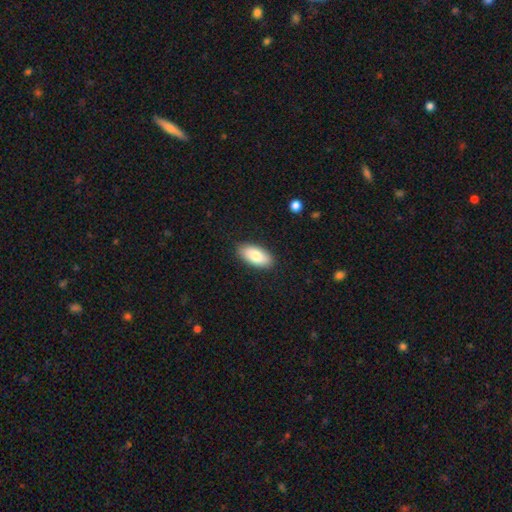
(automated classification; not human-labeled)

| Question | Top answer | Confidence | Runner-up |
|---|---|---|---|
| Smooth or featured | smooth | 82% | featured or disk (12%) |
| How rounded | in between | 92% | cigar-shaped (6%) |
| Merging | none | 87% | minor disturbance (10%) |